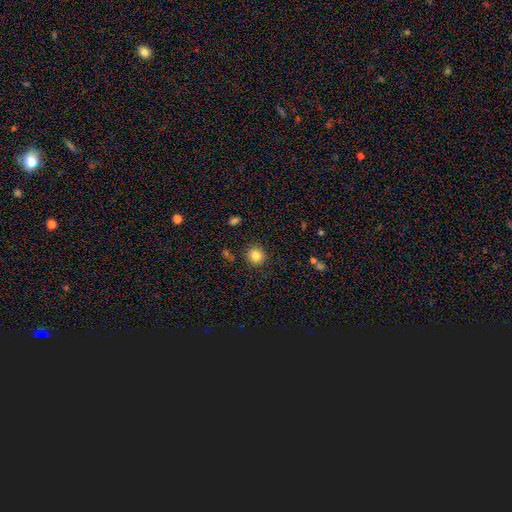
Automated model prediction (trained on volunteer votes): The model was most divided on "smooth or featured": smooth: 83%, star or artifact: 11%, featured or disk: 6%. More confident: how rounded — round (90%); merging — none (89%).